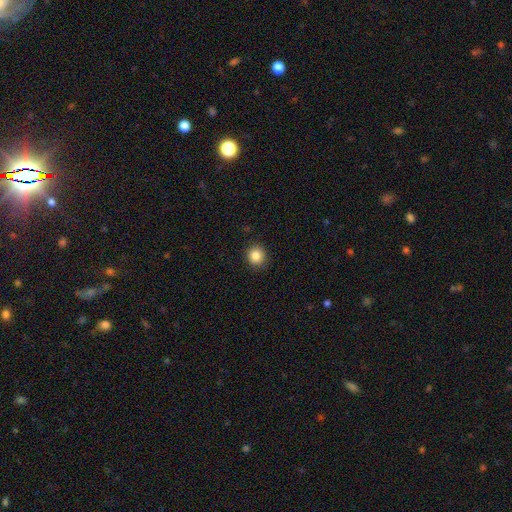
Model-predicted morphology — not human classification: smooth-or-featured: smooth: 85% | star or artifact: 10% | featured or disk: 5%
  how-rounded: round: 89% | in between: 10% | cigar-shaped: 1%
  merging: none: 91% | minor disturbance: 6% | major disturbance: 2% | merger: 1%